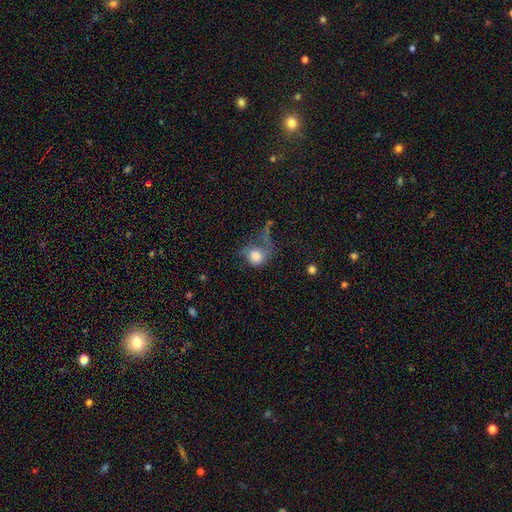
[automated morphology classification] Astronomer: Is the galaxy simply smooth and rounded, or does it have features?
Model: smooth — 74%.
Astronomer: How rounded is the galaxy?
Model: round — 66%.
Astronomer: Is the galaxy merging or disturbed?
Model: major disturbance — 44% (runner-up: none, 24%).